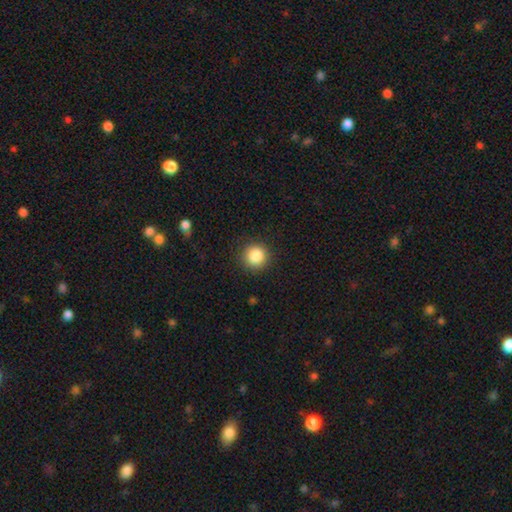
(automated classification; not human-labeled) Q: Smooth or featured?
A: smooth (87%); runner-up: star or artifact (10%)
Q: How rounded?
A: round (95%); runner-up: in between (4%)
Q: Merging?
A: none (91%); runner-up: minor disturbance (6%)